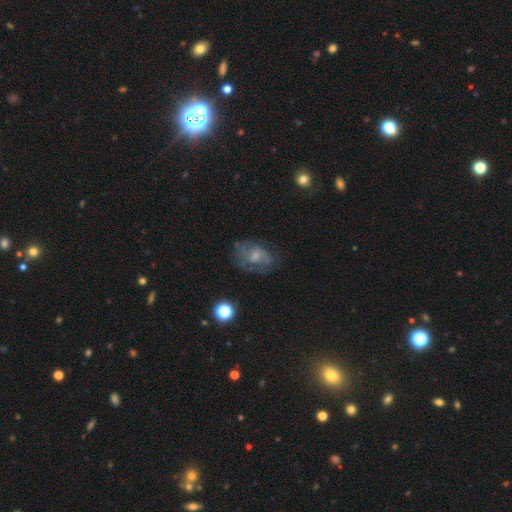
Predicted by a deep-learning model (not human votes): This appears to be a featured or disk galaxy (50%). Merging: none (52%).